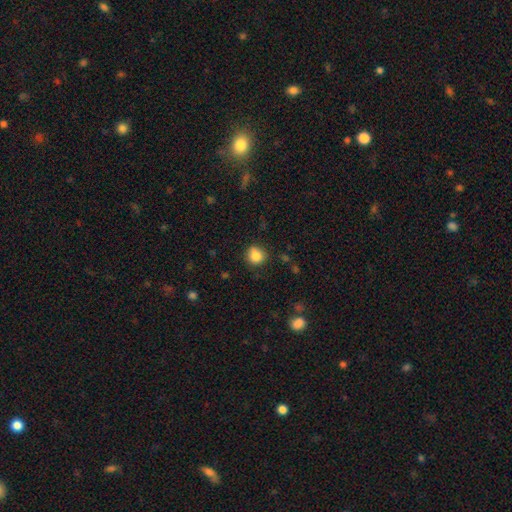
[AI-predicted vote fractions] Smooth or featured?
  - smooth: 85% *
  - star or artifact: 10%
  - featured or disk: 5%
How rounded?
  - round: 84% *
  - in between: 15%
  - cigar-shaped: 1%
Merging?
  - none: 79% *
  - minor disturbance: 16%
  - major disturbance: 4%
  - merger: 2%